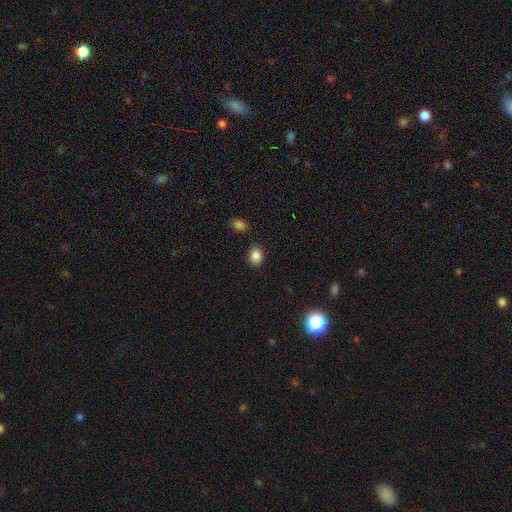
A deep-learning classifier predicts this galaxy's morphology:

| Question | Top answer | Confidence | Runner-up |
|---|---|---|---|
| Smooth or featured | smooth | 86% | star or artifact (10%) |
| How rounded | in between | 52% | round (47%) |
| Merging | none | 85% | minor disturbance (9%) |